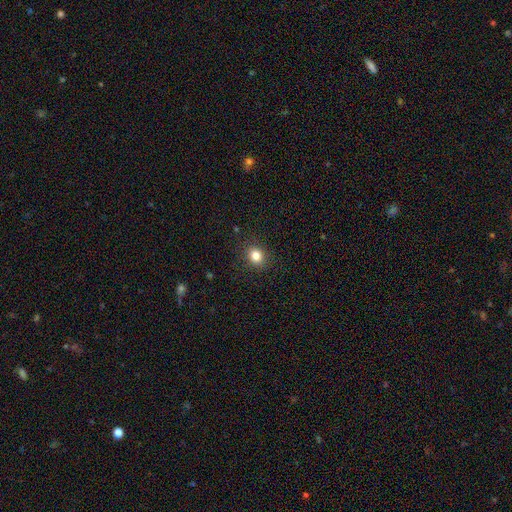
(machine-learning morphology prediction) This is clearly a smooth galaxy (83%). How rounded: likely round (71%). Merging: clearly none (89%).